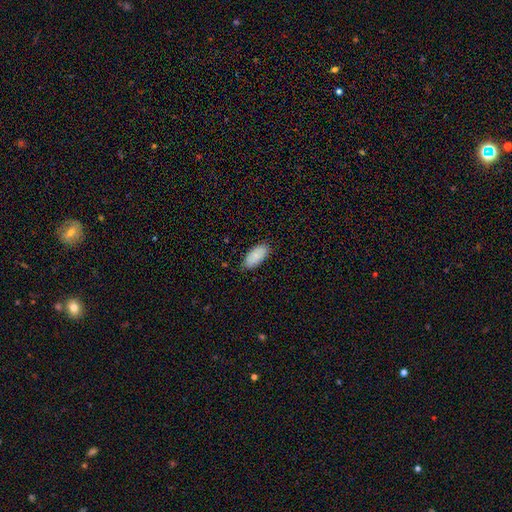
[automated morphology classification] This is clearly a smooth galaxy (83%). How rounded: clearly in between (94%). Merging: likely none (77%).